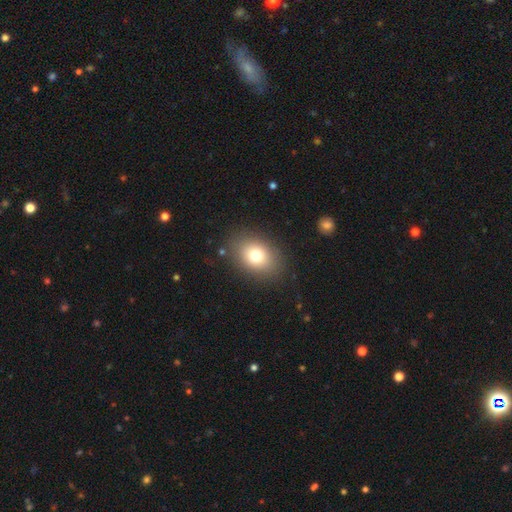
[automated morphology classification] Smooth or featured: smooth — 77% (featured or disk — 12%)
How rounded: in between — 70% (round — 29%)
Merging: none — 85% (minor disturbance — 10%)